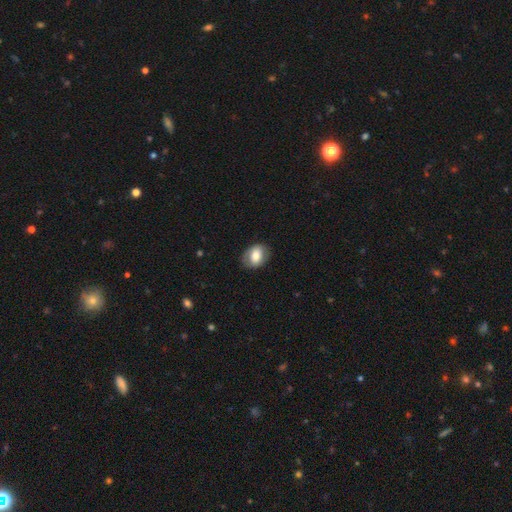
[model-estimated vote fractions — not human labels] A smooth galaxy with no disk features (72%) that is in between round and cigar-shaped (68%). Merging: none (80%).